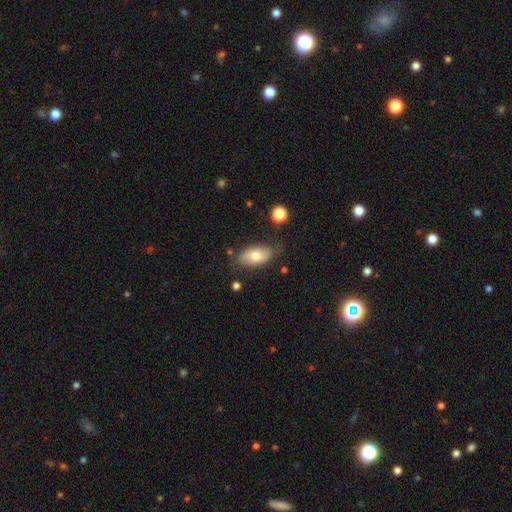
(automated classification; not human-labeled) smooth 72%, featured or disk 21%, star or artifact 7%. Down the decision tree: how rounded — in between (93%); merging — none (72%).